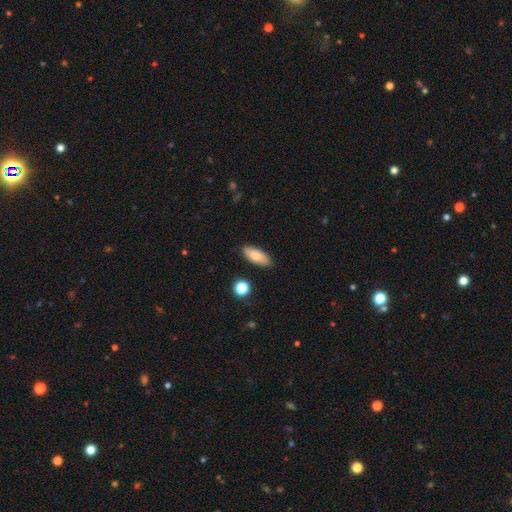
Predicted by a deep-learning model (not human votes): This appears to be a smooth galaxy with no disk features (82%) that is in between round and cigar-shaped (76%). Merging: none (86%).